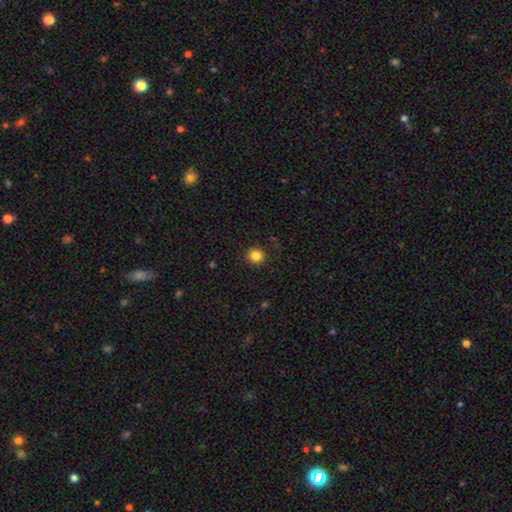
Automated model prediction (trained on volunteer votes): This is clearly a smooth galaxy (84%). How rounded: clearly round (88%). Merging: clearly none (91%).